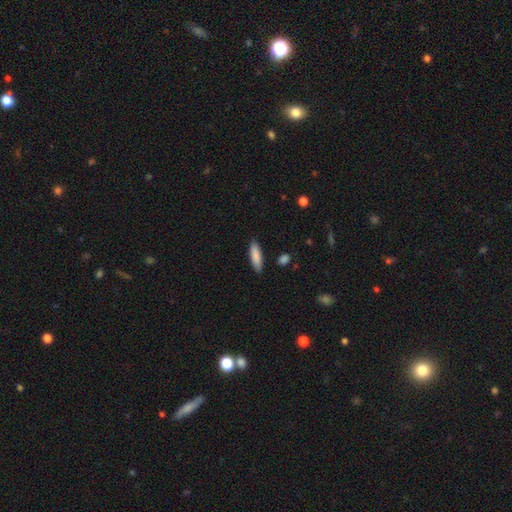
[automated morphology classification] Smooth or featured: smooth — 87% (featured or disk — 7%)
How rounded: cigar-shaped — 58% (in between — 41%)
Merging: none — 87% (minor disturbance — 9%)